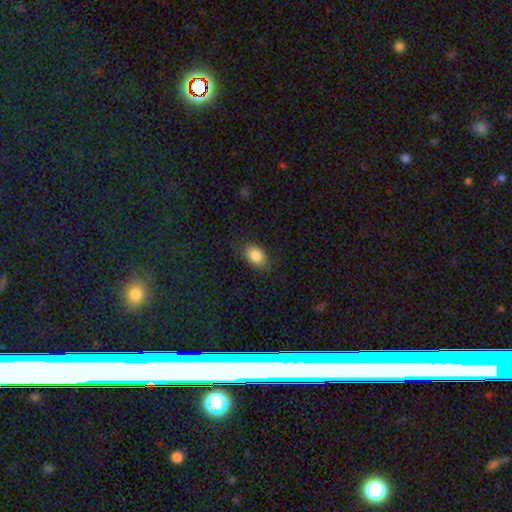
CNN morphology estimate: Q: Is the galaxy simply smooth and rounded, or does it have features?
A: smooth — 86%.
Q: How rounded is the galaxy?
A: in between — 83%.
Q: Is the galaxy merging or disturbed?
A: none — 82%.